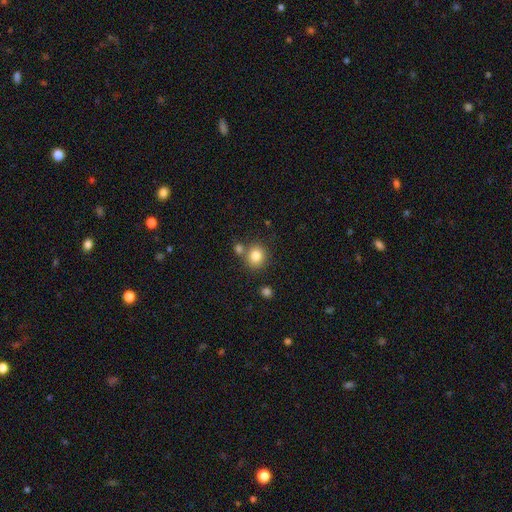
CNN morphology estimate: Smooth or featured?
  - smooth: 83% *
  - star or artifact: 10%
  - featured or disk: 7%
How rounded?
  - round: 83% *
  - in between: 16%
  - cigar-shaped: 1%
Merging?
  - none: 68% *
  - merger: 19%
  - minor disturbance: 10%
  - major disturbance: 3%